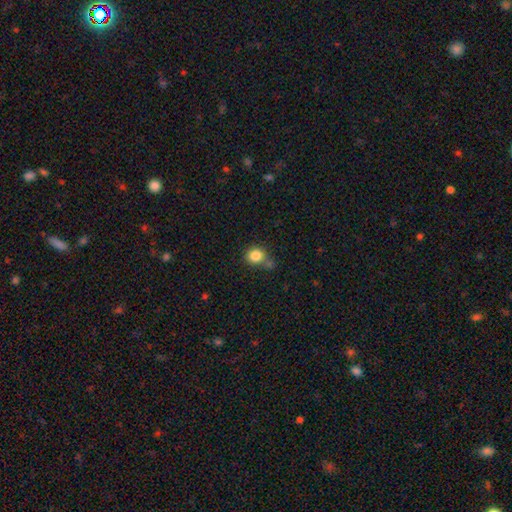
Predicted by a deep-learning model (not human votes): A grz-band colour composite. It shows a smooth galaxy with no disk features (84%) that is round (79%). Merging: none (61%).